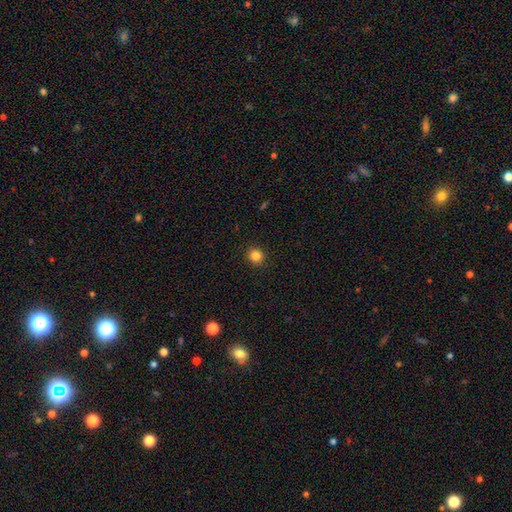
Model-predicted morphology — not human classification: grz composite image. It shows a smooth galaxy with no disk features (85%) that is round (90%). Merging: none (92%).